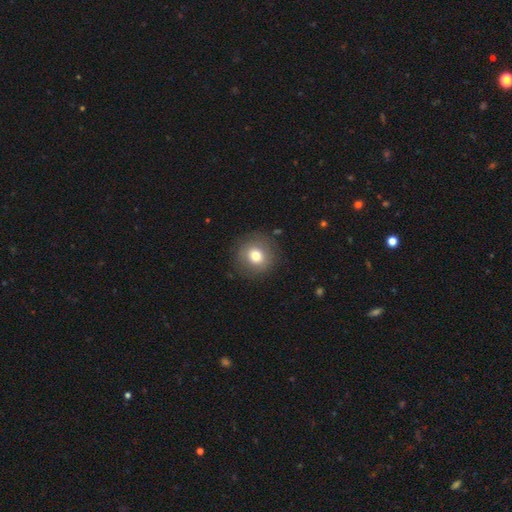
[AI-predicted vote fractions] A smooth galaxy with no disk features (74%) that is round (92%).

Vote fractions:
- Smooth or featured? smooth: 74% / featured or disk: 15% / star or artifact: 11%
- How rounded? round: 92% / in between: 7% / cigar-shaped: 1%
- Merging? none: 86% / minor disturbance: 9% / major disturbance: 4% / merger: 1%